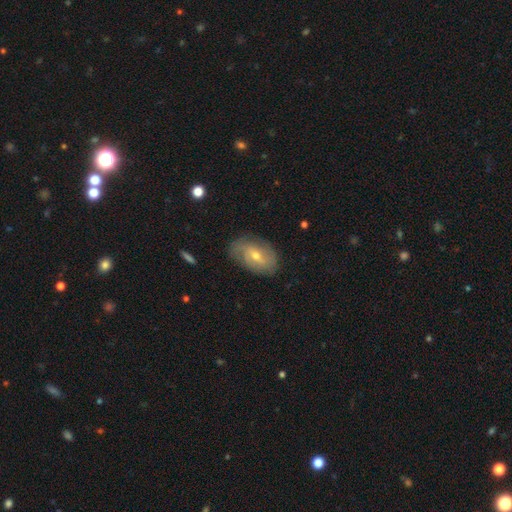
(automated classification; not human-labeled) Smooth or featured? featured or disk (61%)
Edge-on disk? no (93%)
Bar? weak (46%)
Spiral arms? yes (76%)
Bulge size? small (48%, tied with moderate)
Merging? none (74%)